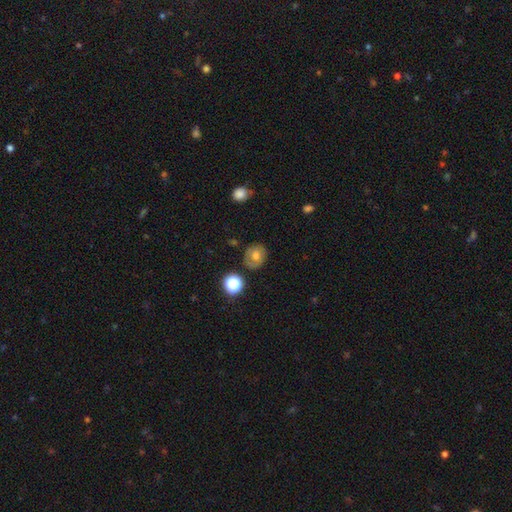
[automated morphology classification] Overall: smooth (67%). How rounded: round (73%). Merging: none (78%).